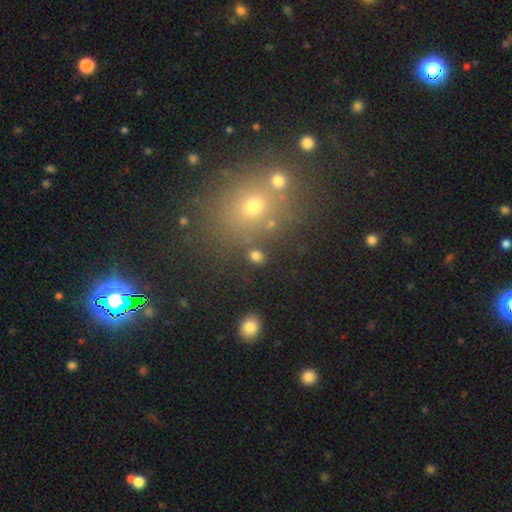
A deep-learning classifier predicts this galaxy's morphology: Smooth or featured? Predicted: smooth (p=0.78). How rounded? Predicted: in between (p=0.51). Merging? Predicted: none (p=0.80).